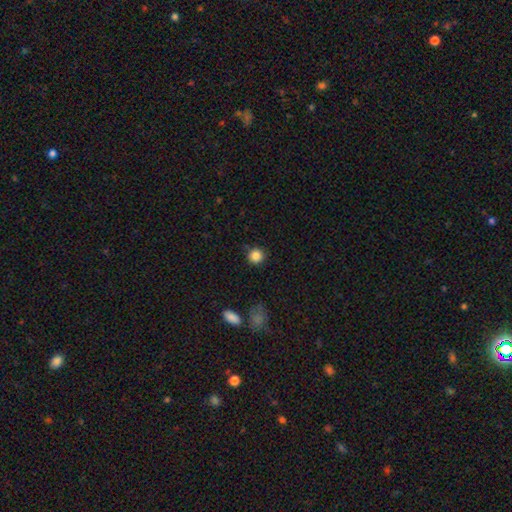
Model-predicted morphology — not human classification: Q: Smooth or featured?
A: smooth (85%); runner-up: star or artifact (10%)
Q: How rounded?
A: round (94%); runner-up: in between (5%)
Q: Merging?
A: none (87%); runner-up: minor disturbance (8%)